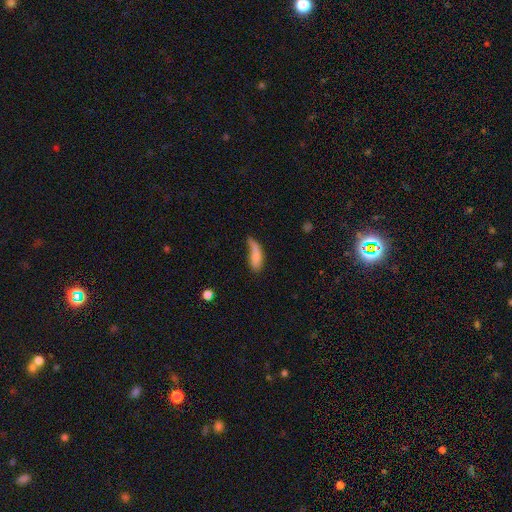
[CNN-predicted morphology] Smooth or featured: smooth — 74% (featured or disk — 17%)
How rounded: in between — 56% (cigar-shaped — 41%)
Merging: minor disturbance — 32% (none — 31%)